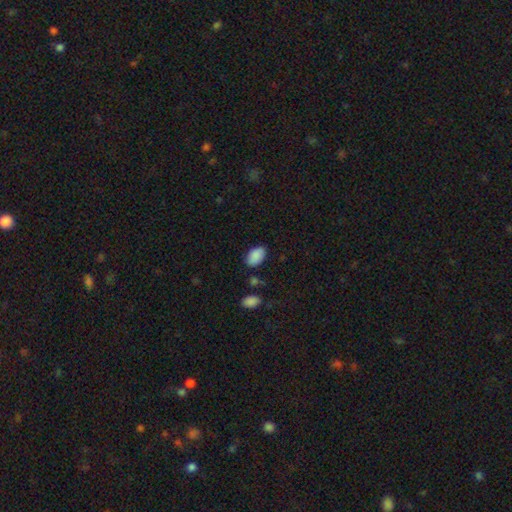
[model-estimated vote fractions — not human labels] Q: Smooth or featured?
A: smooth (88%); runner-up: star or artifact (7%)
Q: How rounded?
A: in between (91%); runner-up: round (7%)
Q: Merging?
A: none (78%); runner-up: minor disturbance (15%)